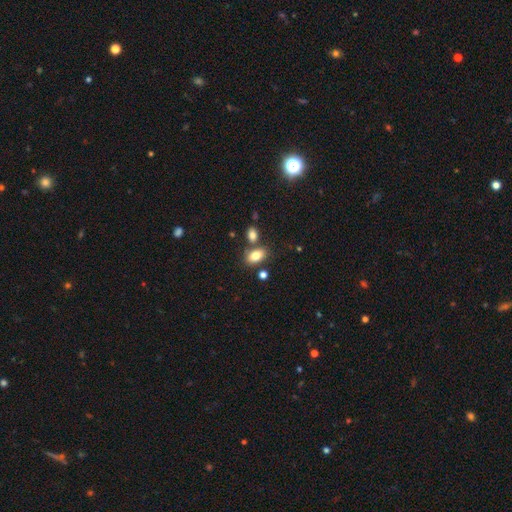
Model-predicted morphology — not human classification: Smooth or featured: smooth — 82% (featured or disk — 10%)
How rounded: in between — 89% (round — 9%)
Merging: none — 66% (merger — 20%)